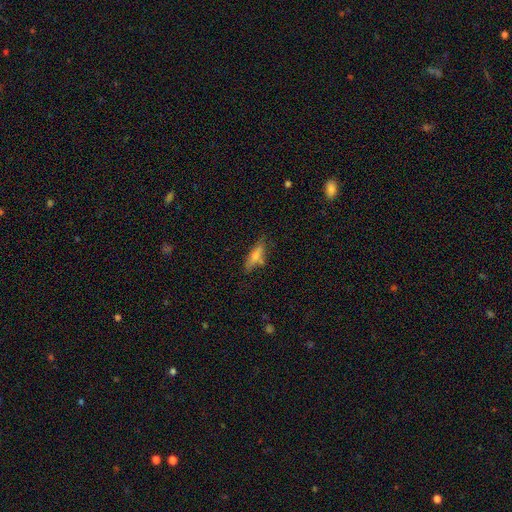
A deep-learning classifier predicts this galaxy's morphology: Smooth or featured? Predicted: smooth (p=0.55). How rounded? Predicted: cigar-shaped (p=0.61). Merging? Predicted: none (p=0.71).